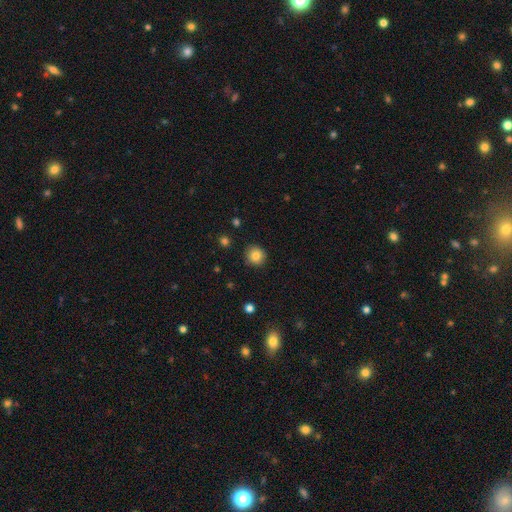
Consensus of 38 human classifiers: smooth_or_featured: smooth (p=0.92) [alt: star or artifact p=0.05]
how_rounded: round (p=0.89) [alt: in between p=0.11]
merging: none (p=0.89) [alt: minor disturbance p=0.11]